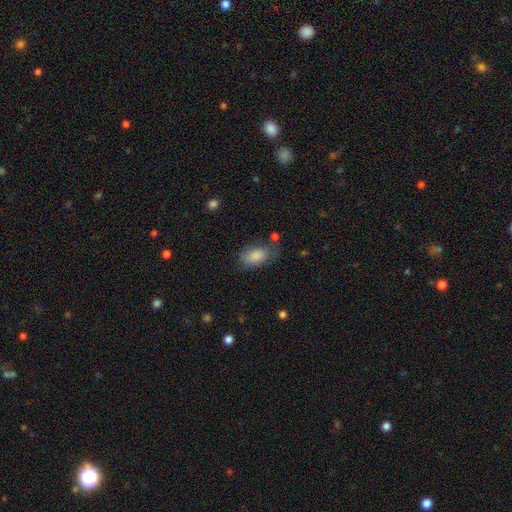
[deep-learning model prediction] Q: Smooth or featured?
A: smooth (84%); runner-up: featured or disk (9%)
Q: How rounded?
A: in between (92%); runner-up: round (6%)
Q: Merging?
A: none (59%); runner-up: minor disturbance (26%)